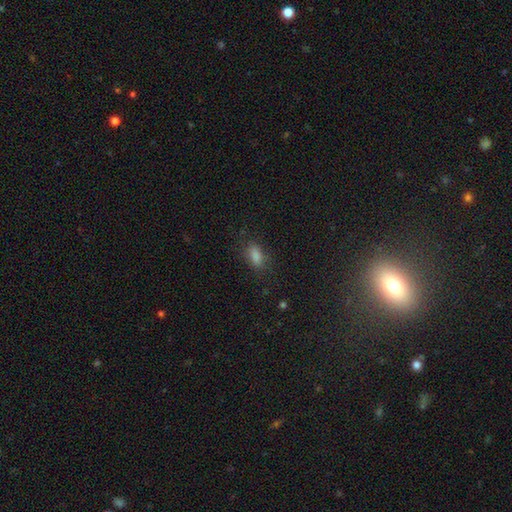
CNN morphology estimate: Smooth or featured? smooth (74%)
How rounded? in between (79%)
Merging? none (78%)